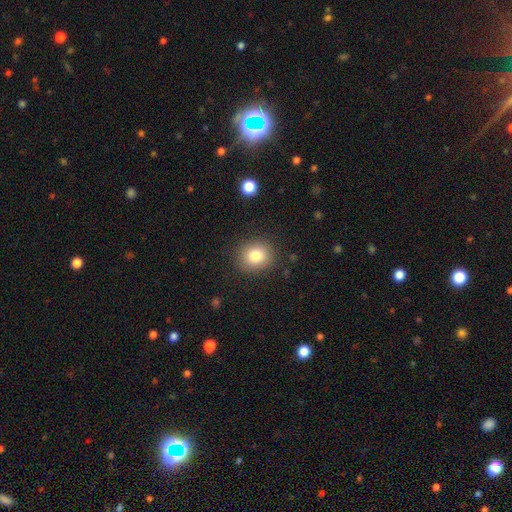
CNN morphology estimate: Q: Smooth or featured?
A: smooth (80%); runner-up: star or artifact (11%)
Q: How rounded?
A: round (76%); runner-up: in between (23%)
Q: Merging?
A: none (87%); runner-up: minor disturbance (8%)